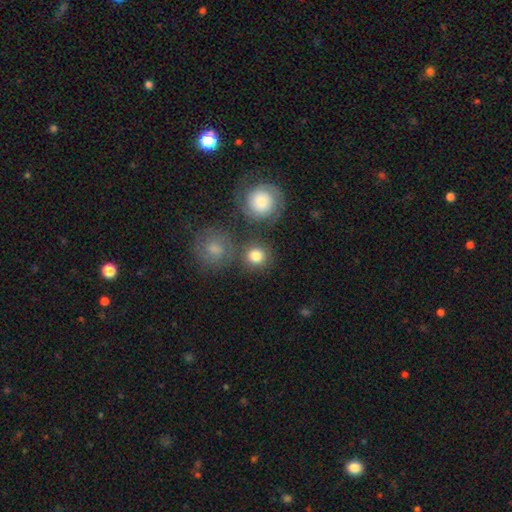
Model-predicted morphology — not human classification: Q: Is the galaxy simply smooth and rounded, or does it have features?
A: smooth — 80%.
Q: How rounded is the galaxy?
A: round — 89%.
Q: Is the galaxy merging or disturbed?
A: none — 73%.